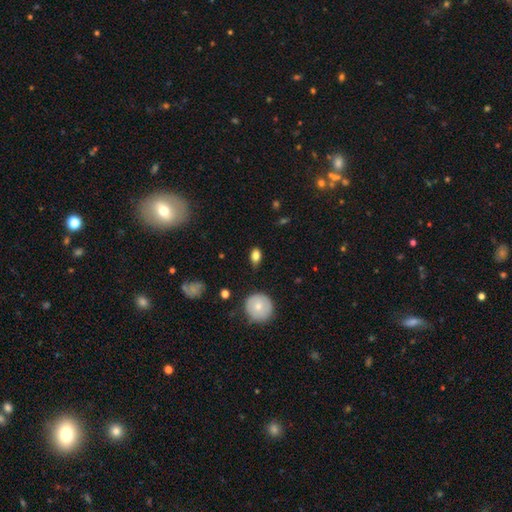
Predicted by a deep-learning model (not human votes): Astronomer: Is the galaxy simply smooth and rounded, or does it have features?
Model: smooth — 80%.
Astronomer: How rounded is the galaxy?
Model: in between — 80%.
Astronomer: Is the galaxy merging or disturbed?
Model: none — 80%.